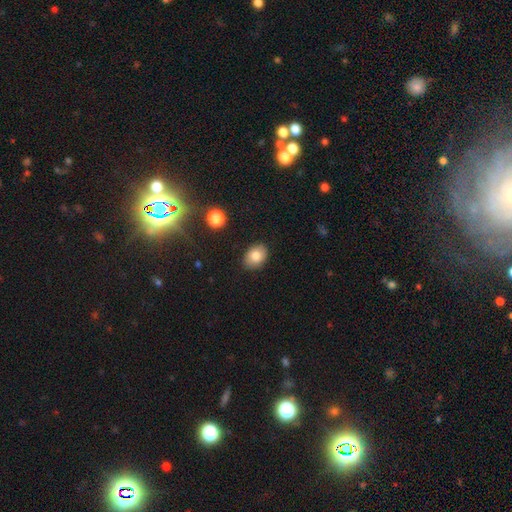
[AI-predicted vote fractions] This appears to be a smooth galaxy with no disk features (81%) that is in between round and cigar-shaped (69%). Merging: none (87%).